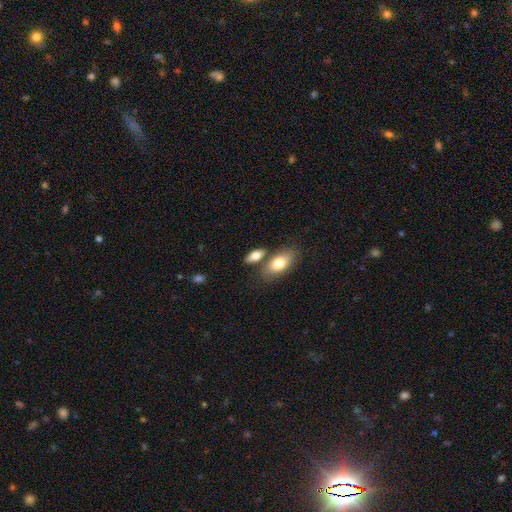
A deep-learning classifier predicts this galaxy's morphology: This is likely a smooth galaxy (74%). How rounded: likely in between (80%). Merging: likely none (61%).